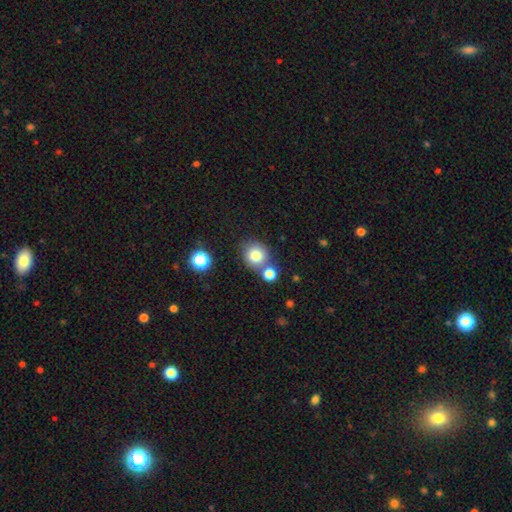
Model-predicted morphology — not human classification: smooth-or-featured: smooth: 78% | star or artifact: 12% | featured or disk: 10%
  how-rounded: round: 87% | in between: 13% | cigar-shaped: 1%
  merging: none: 63% | merger: 23% | minor disturbance: 10% | major disturbance: 3%